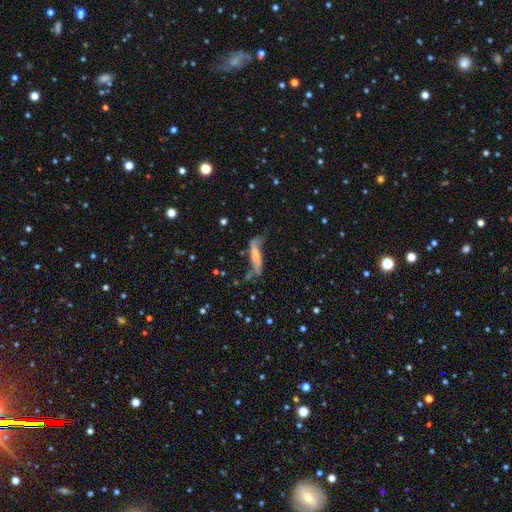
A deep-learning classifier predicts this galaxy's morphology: This is possibly a featured or disk galaxy (51%). It is possibly not viewed edge-on (50%, tied with yes). Merging: marginally none (41%).